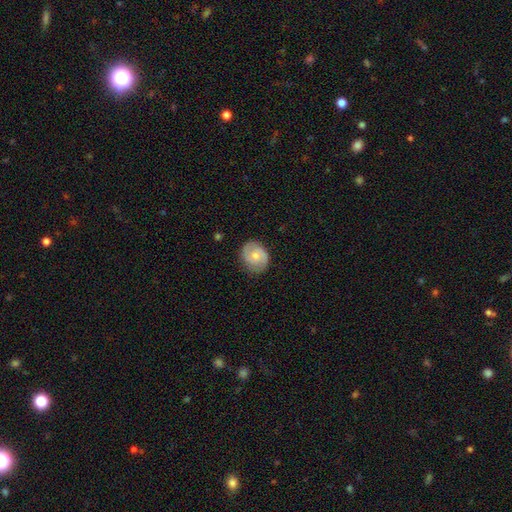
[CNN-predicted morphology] The model was most divided on "bulge size": moderate: 49%, small: 46%, none: 3%, large: 2%, dominant: 1%. Remaining: edge-on disk — no (98%); spiral arms — yes (93%); spiral arm count — 2 (88%); merging — none (82%); smooth or featured — featured or disk (69%); bar — no (66%); spiral winding — medium (46%).